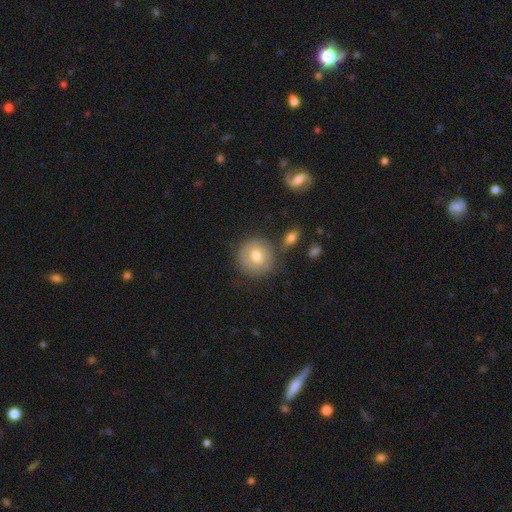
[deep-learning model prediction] smooth-or-featured: smooth: 63% | featured or disk: 28% | star or artifact: 9%
  how-rounded: round: 91% | in between: 8% | cigar-shaped: 1%
  merging: none: 79% | minor disturbance: 12% | merger: 6% | major disturbance: 4%